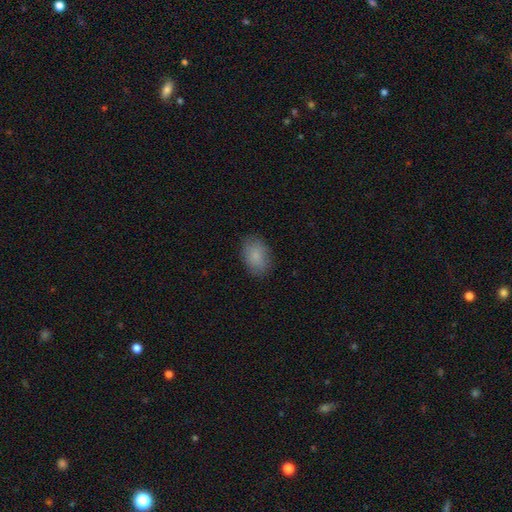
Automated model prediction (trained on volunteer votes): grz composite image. It shows a smooth galaxy with no disk features (85%) that is in between round and cigar-shaped (82%). Merging: none (83%).